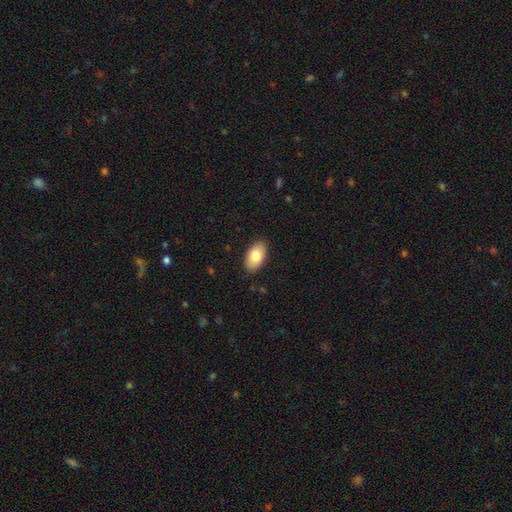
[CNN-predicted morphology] Overall: smooth (80%). How rounded: in between (94%). Merging: none (87%).